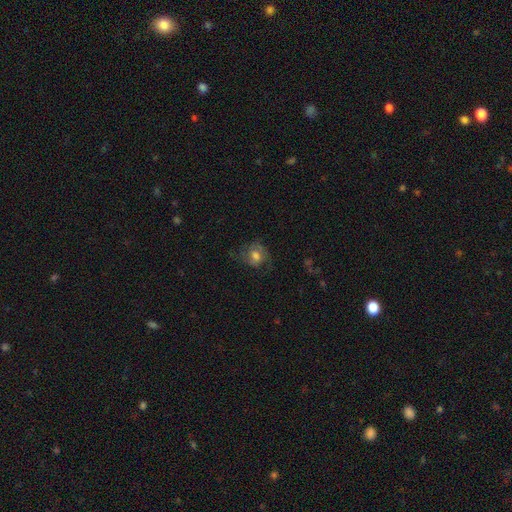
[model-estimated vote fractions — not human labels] smooth-or-featured: smooth: 51% | featured or disk: 39% | star or artifact: 10%
  how-rounded: round: 58% | in between: 41% | cigar-shaped: 1%
  merging: none: 54% | minor disturbance: 24% | major disturbance: 21% | merger: 2%